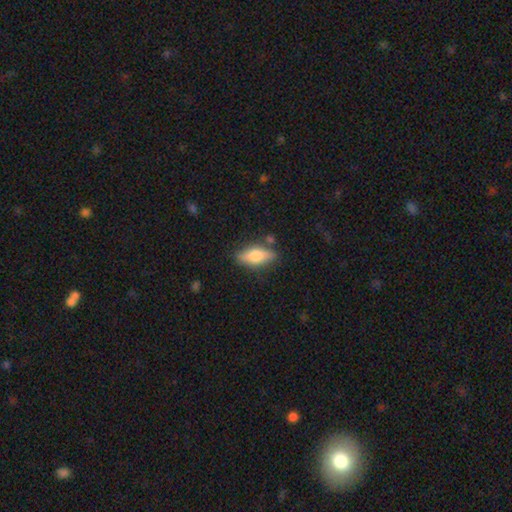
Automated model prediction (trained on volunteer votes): This appears to be a smooth galaxy with no disk features (67%) that is in between round and cigar-shaped (71%). Merging: none (80%).